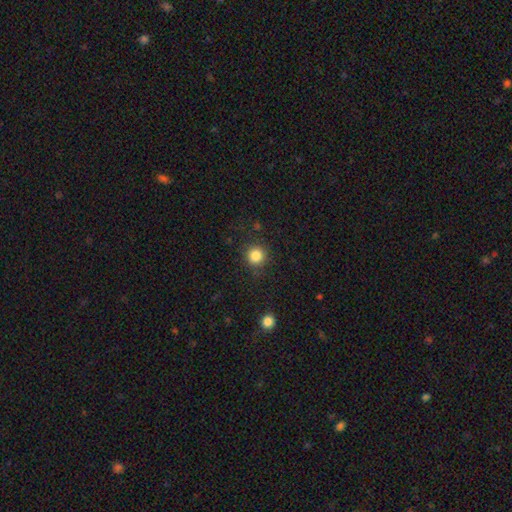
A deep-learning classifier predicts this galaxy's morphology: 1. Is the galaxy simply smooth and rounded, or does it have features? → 84% smooth, 11% star or artifact, 5% featured or disk.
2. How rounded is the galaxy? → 94% round, 5% in between, 1% cigar-shaped.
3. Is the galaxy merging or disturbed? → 88% none, 7% minor disturbance, 3% major disturbance, 2% merger.